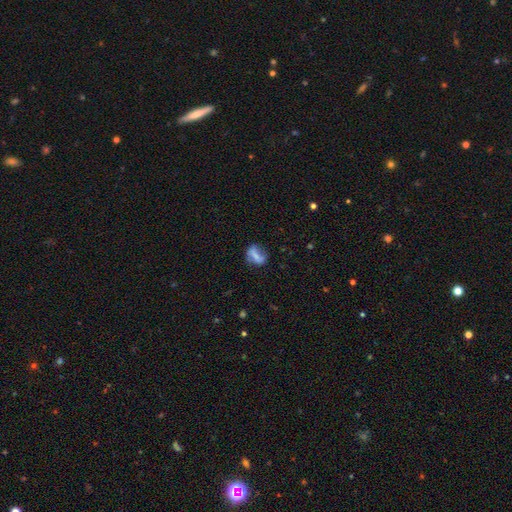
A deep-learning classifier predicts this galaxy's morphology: Smooth or featured: smooth — 47% (featured or disk — 43%)
Merging: none — 55% (minor disturbance — 24%)